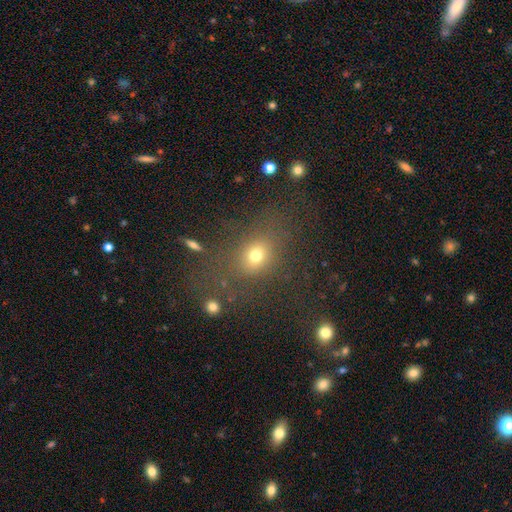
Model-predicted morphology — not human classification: Q: Smooth or featured?
A: smooth (68%); runner-up: star or artifact (21%)
Q: How rounded?
A: round (54%); runner-up: in between (43%)
Q: Merging?
A: none (70%); runner-up: minor disturbance (13%)